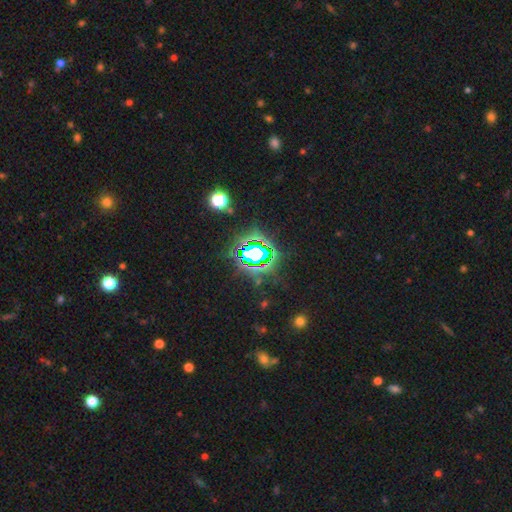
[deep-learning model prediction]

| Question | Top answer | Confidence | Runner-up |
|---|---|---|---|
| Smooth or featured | star or artifact | 74% | smooth (14%) |